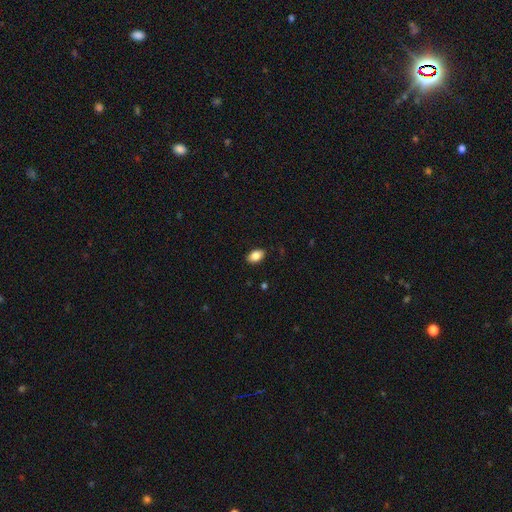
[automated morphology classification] A smooth galaxy with no disk features (85%) that is in between round and cigar-shaped (90%).

Vote fractions:
- Smooth or featured? smooth: 85% / star or artifact: 8% / featured or disk: 7%
- How rounded? in between: 90% / round: 9% / cigar-shaped: 2%
- Merging? none: 87% / minor disturbance: 10% / major disturbance: 2% / merger: 1%